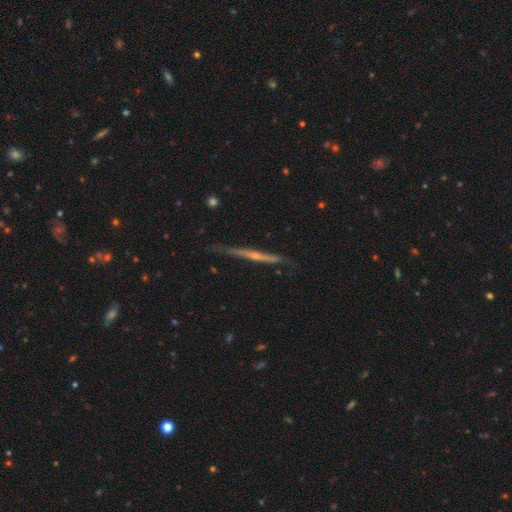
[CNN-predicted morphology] Q: Smooth or featured?
A: featured or disk (74%); runner-up: smooth (19%)
Q: Edge-on disk?
A: yes (97%); runner-up: no (3%)
Q: Edge-on bulge?
A: rounded (62%); runner-up: none (32%)
Q: Merging?
A: none (75%); runner-up: minor disturbance (20%)